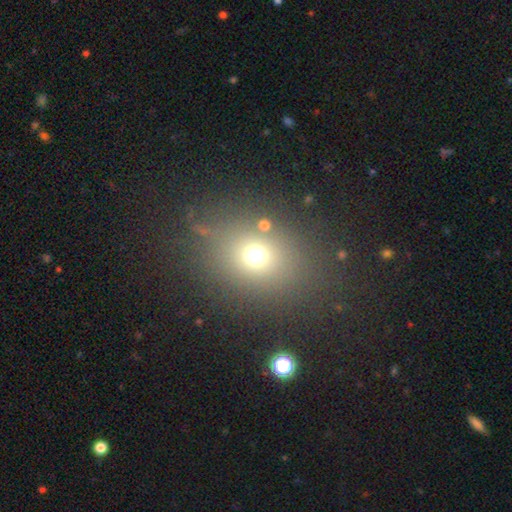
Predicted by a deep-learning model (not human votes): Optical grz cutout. It shows a smooth galaxy with no disk features (67%) that is round (59%). Merging: none (76%).